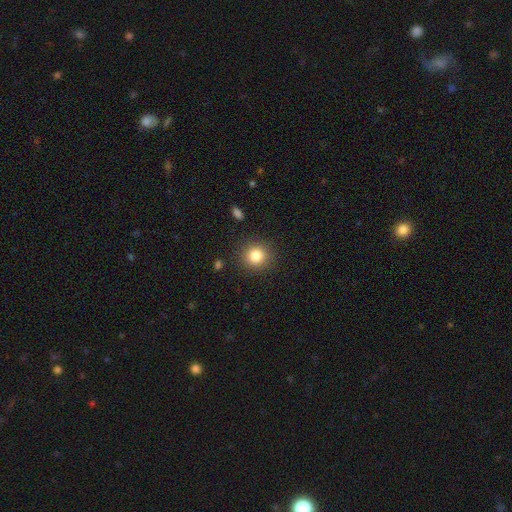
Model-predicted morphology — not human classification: Overall: smooth (83%). How rounded: round (91%). Merging: none (89%).